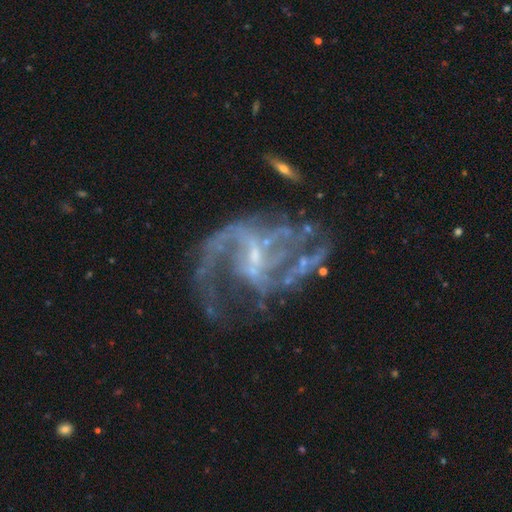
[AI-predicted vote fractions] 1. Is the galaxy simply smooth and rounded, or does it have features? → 87% featured or disk, 9% star or artifact, 5% smooth.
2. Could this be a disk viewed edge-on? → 98% no, 2% yes.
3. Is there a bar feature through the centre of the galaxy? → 51% weak, 25% no, 24% strong.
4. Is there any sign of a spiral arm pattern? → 88% yes, 12% no.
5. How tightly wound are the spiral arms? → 52% loose, 37% medium, 11% tight.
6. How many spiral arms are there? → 45% 2, 20% can't tell, 13% 1, 11% 3, 6% 4, 5% more than 4.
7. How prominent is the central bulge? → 64% small, 19% none, 15% moderate, 1% large, 1% dominant.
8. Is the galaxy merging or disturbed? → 40% none, 38% major disturbance, 16% minor disturbance, 6% merger.